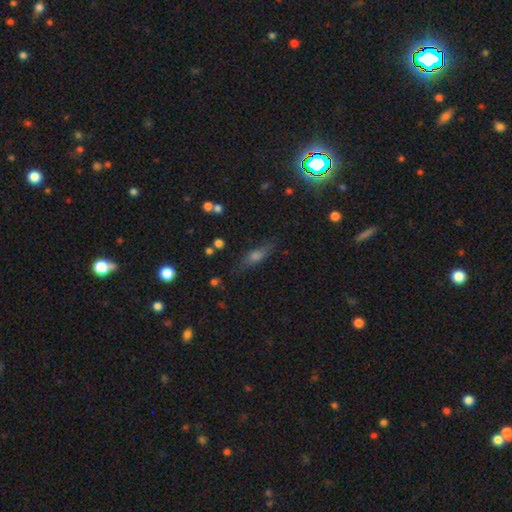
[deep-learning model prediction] smooth_or_featured: smooth (p=0.50) [alt: featured or disk p=0.32]
how_rounded: cigar-shaped (p=0.47) [alt: in between p=0.46]
merging: none (p=0.78) [alt: minor disturbance p=0.15]